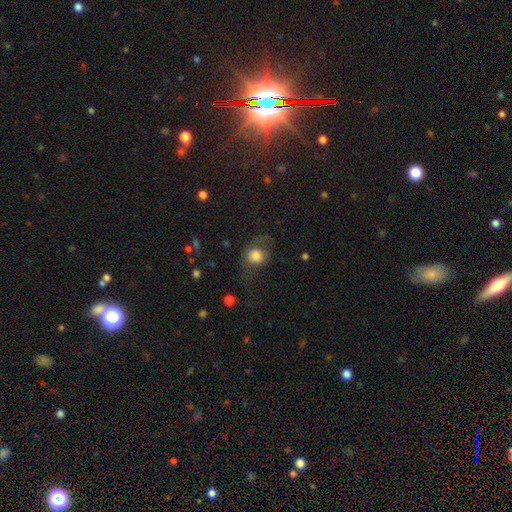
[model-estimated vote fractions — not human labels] A smooth galaxy with no disk features (74%) that is round (66%).

Vote fractions:
- Smooth or featured? smooth: 74% / featured or disk: 16% / star or artifact: 9%
- How rounded? round: 66% / in between: 33% / cigar-shaped: 1%
- Merging? none: 48% / major disturbance: 28% / minor disturbance: 22% / merger: 2%